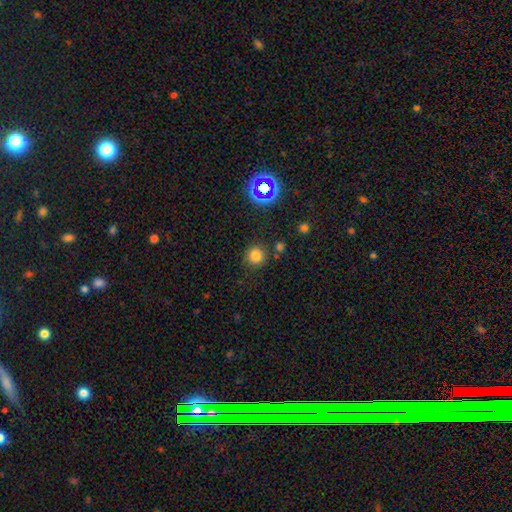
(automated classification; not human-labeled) Smooth or featured?
  - smooth: 77% *
  - star or artifact: 17%
  - featured or disk: 6%
How rounded?
  - round: 93% *
  - in between: 6%
  - cigar-shaped: 1%
Merging?
  - none: 83% *
  - minor disturbance: 9%
  - merger: 4%
  - major disturbance: 3%